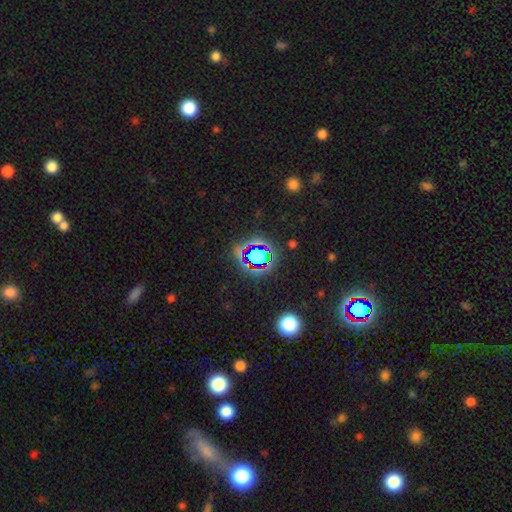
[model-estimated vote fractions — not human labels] smooth_or_featured: star or artifact (p=0.64) [alt: smooth p=0.23]